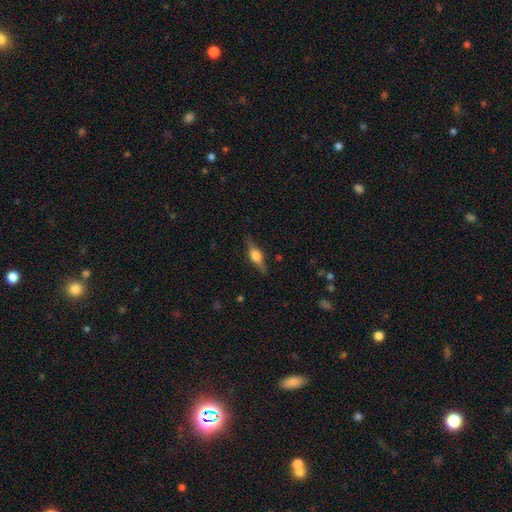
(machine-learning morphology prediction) A featured or disk galaxy (56%) viewed edge-on (94%) with a rounded central bulge (89%). Merging: none (84%).